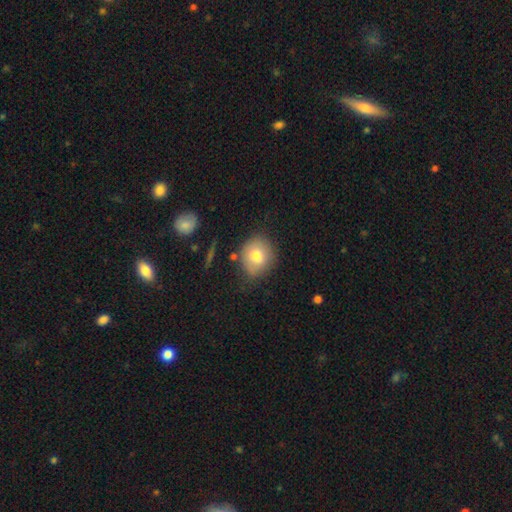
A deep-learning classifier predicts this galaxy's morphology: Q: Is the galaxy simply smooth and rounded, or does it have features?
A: smooth — 75%.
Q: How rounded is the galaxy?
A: round — 73%.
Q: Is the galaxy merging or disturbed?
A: none — 71%.